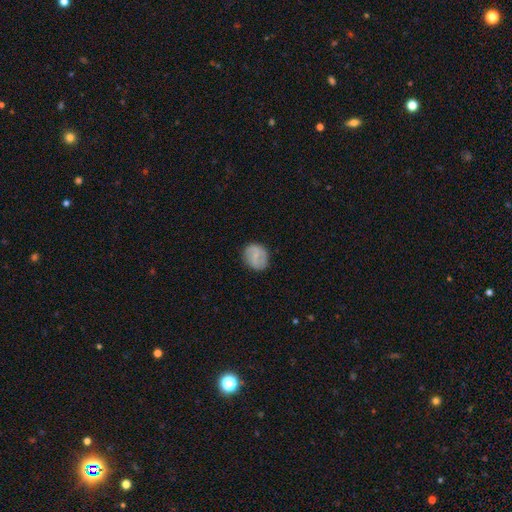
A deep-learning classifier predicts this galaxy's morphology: smooth_or_featured: smooth (p=0.53) [alt: featured or disk p=0.39]
how_rounded: round (p=0.66) [alt: in between p=0.32]
merging: none (p=0.82) [alt: minor disturbance p=0.13]